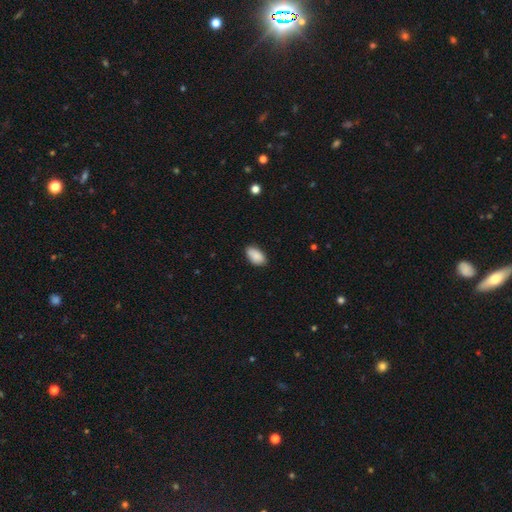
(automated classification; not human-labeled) A smooth galaxy with no disk features (89%) that is in between round and cigar-shaped (94%). Merging: none (82%).